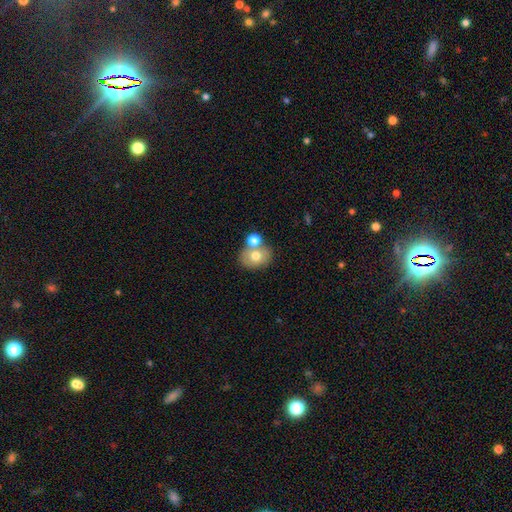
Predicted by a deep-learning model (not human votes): The model was most divided on "how rounded": round: 53%, in between: 46%, cigar-shaped: 1%. More confident: smooth or featured — smooth (69%); merging — none (52%).